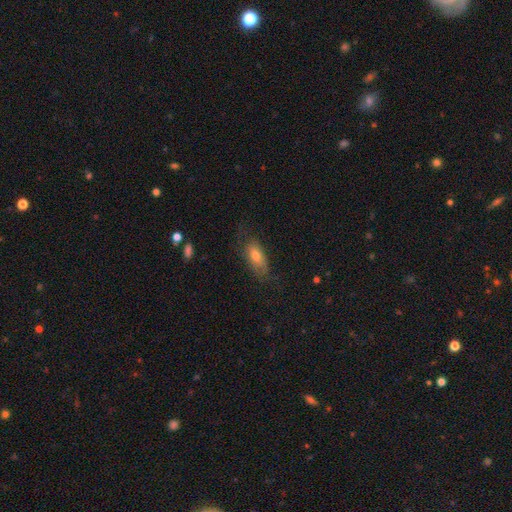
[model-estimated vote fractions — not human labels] This is likely a smooth galaxy (67%). How rounded: clearly in between (82%). Merging: possibly none (59%).